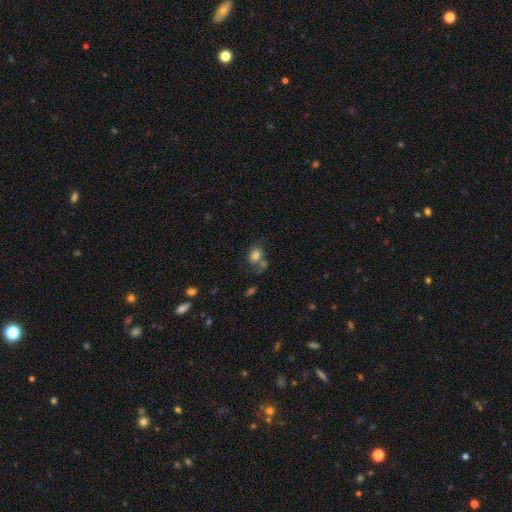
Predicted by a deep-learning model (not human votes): Overall: smooth (75%). How rounded: in between (65%; round 34%). Merging: none (36%; merger 32%).